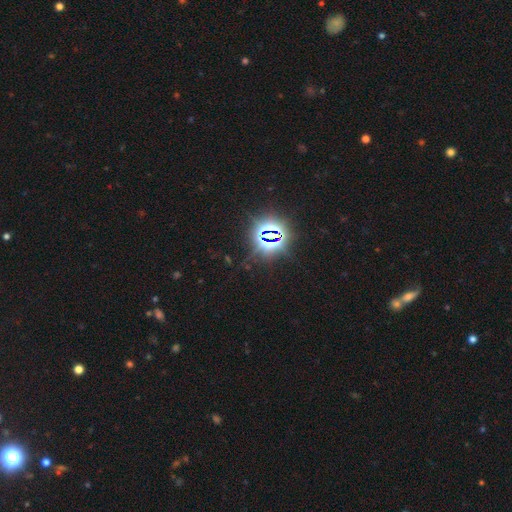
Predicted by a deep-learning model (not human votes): Smooth or featured?
  - star or artifact: 81% *
  - smooth: 13%
  - featured or disk: 6%